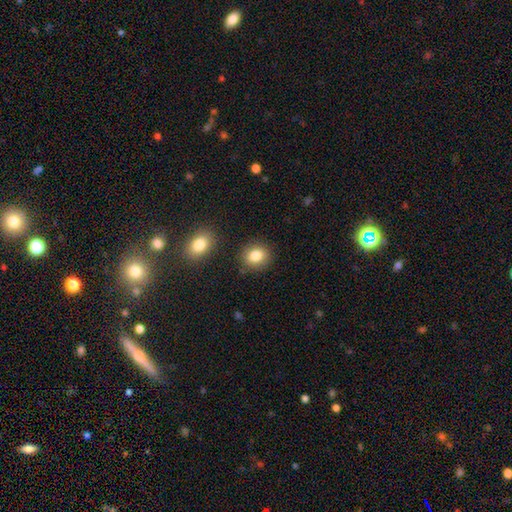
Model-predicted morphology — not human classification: A smooth galaxy with no disk features (83%) that is round (68%).

Vote fractions:
- Smooth or featured? smooth: 83% / star or artifact: 9% / featured or disk: 7%
- How rounded? round: 68% / in between: 31% / cigar-shaped: 1%
- Merging? none: 85% / minor disturbance: 9% / merger: 4% / major disturbance: 3%